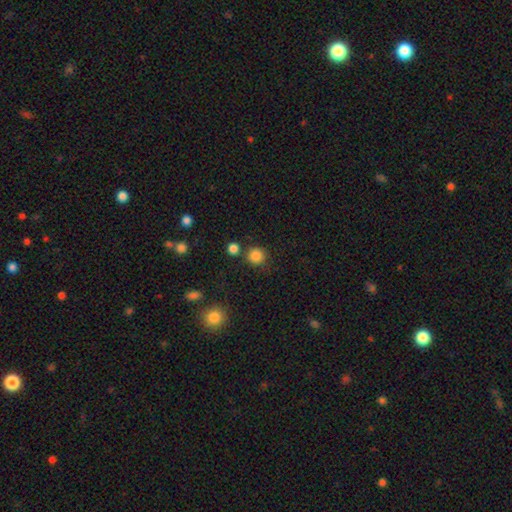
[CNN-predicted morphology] The model was most divided on "merging": none: 78%, merger: 9%, minor disturbance: 9%, major disturbance: 3%. More confident: how rounded — round (92%); smooth or featured — smooth (84%).